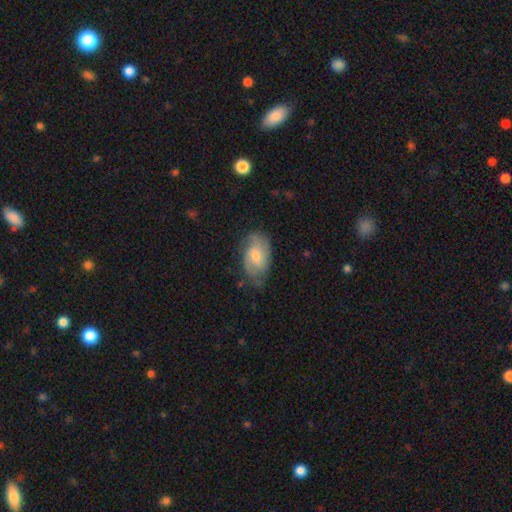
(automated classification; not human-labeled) A featured or disk galaxy (59%) with a weak bar (49%), spiral arms (86%) and a moderate central bulge (51%). Merging: none (65%).